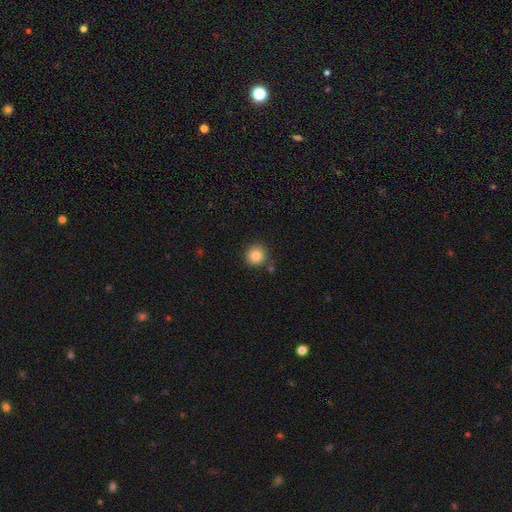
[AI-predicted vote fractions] smooth-or-featured: smooth: 84% | star or artifact: 10% | featured or disk: 6%
  how-rounded: round: 93% | in between: 6% | cigar-shaped: 1%
  merging: none: 85% | minor disturbance: 9% | merger: 5% | major disturbance: 2%